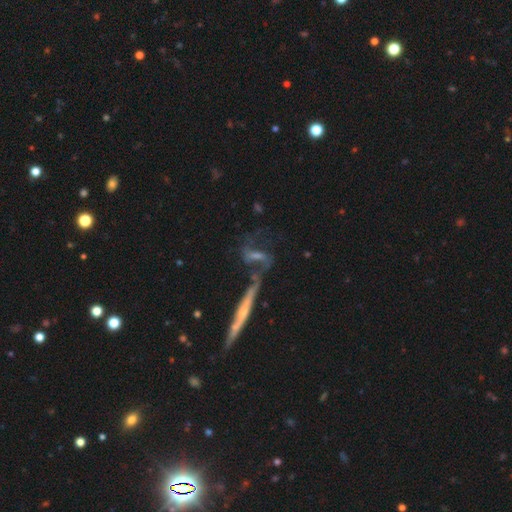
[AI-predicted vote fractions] smooth-or-featured: featured or disk: 75% | smooth: 14% | star or artifact: 11%
  disk-edge-on: no: 65% | yes: 35%
  merging: none: 45% | merger: 28% | minor disturbance: 15% | major disturbance: 11%